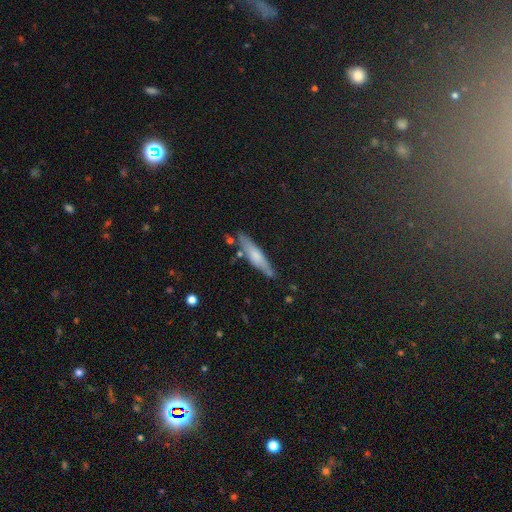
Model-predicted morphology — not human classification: Smooth or featured?
  - smooth: 55% *
  - featured or disk: 36%
  - star or artifact: 9%
How rounded?
  - cigar-shaped: 84% *
  - in between: 15%
  - round: 2%
Merging?
  - none: 78% *
  - minor disturbance: 14%
  - merger: 4%
  - major disturbance: 3%